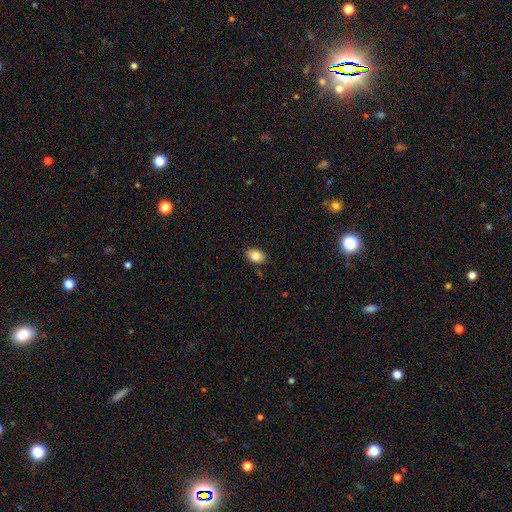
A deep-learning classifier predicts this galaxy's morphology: type=smooth (82%); roundness=in between (80%); merging=none (86%).